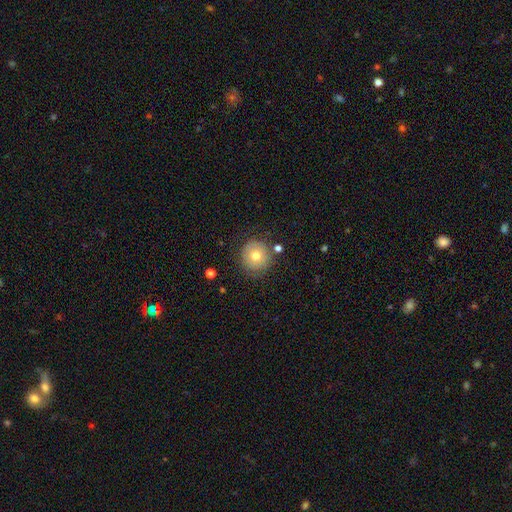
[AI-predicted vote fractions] This appears to be a smooth galaxy with no disk features (72%) that is round (95%). Merging: none (82%).